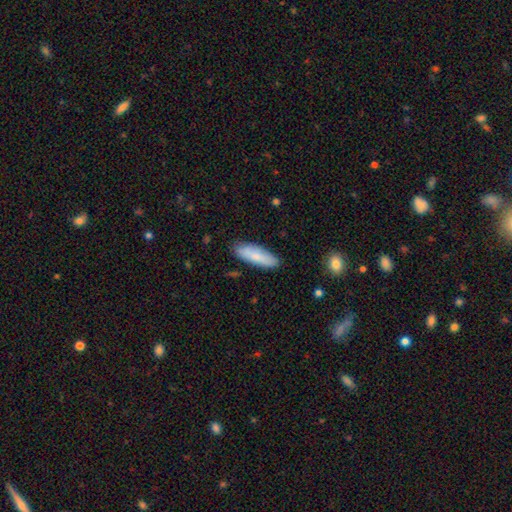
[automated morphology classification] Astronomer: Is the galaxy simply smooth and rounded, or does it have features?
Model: smooth — 82%.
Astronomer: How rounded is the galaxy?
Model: cigar-shaped — 52% (runner-up: in between, 46%).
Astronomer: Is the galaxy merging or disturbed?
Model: none — 86%.